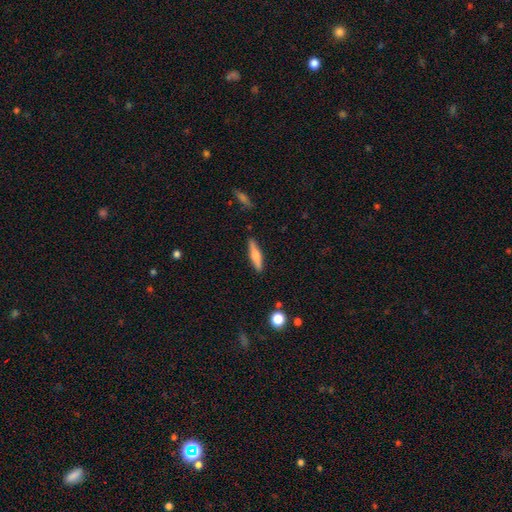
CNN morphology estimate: smooth_or_featured: smooth (p=0.56) [alt: featured or disk p=0.38]
how_rounded: cigar-shaped (p=0.80) [alt: in between p=0.18]
merging: none (p=0.87) [alt: minor disturbance p=0.09]